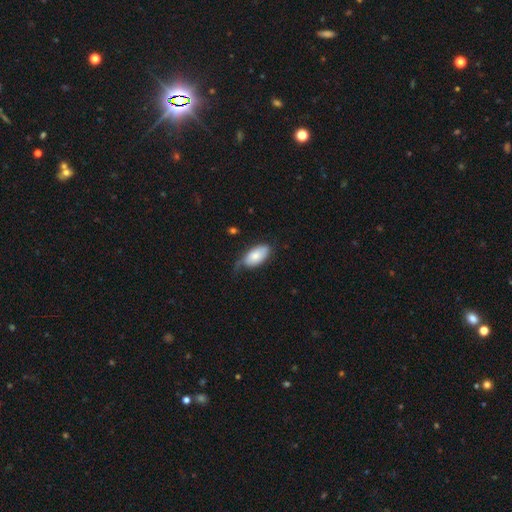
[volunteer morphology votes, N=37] Overall: smooth (76%). How rounded: in between (100%). Merging: none (37%; minor disturbance 31%).